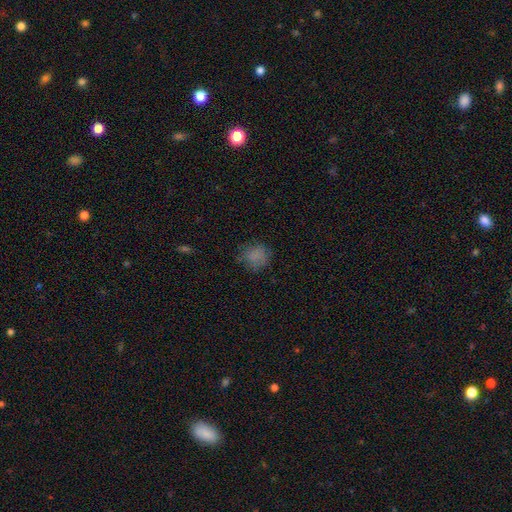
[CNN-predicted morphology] smooth-or-featured: smooth: 79% | star or artifact: 13% | featured or disk: 8%
  how-rounded: round: 75% | in between: 24% | cigar-shaped: 1%
  merging: none: 72% | minor disturbance: 19% | major disturbance: 7% | merger: 1%